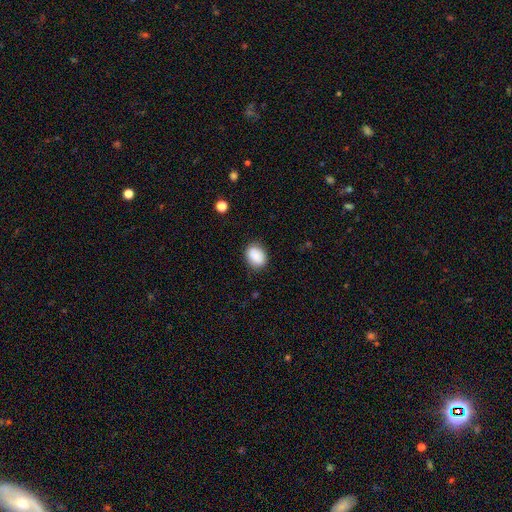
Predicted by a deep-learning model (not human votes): A smooth galaxy with no disk features (88%) that is in between round and cigar-shaped (64%). Merging: none (83%).